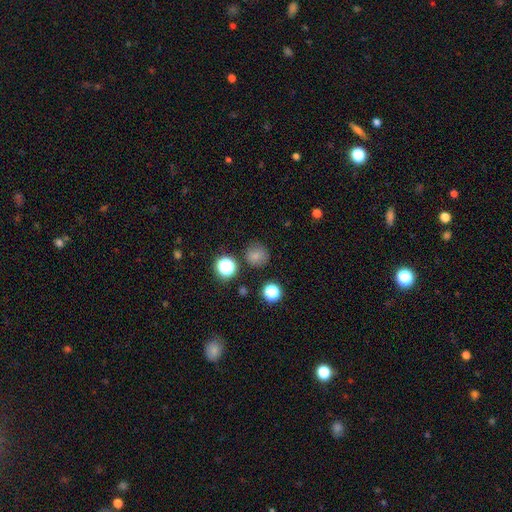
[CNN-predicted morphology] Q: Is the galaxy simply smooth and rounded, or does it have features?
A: smooth — 75%.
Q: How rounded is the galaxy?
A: round — 90%.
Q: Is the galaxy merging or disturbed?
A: none — 80%.